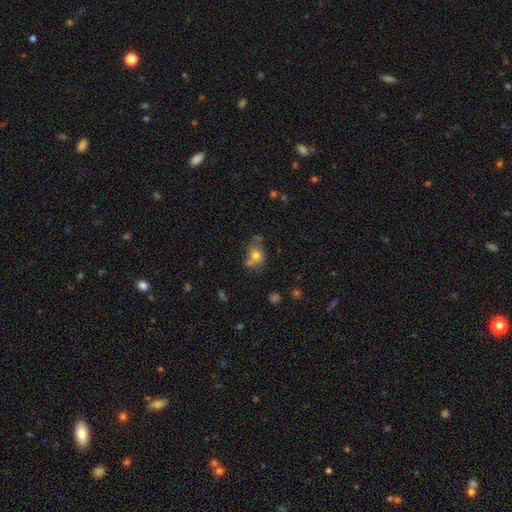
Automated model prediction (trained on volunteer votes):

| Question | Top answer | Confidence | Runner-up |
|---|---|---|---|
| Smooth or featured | smooth | 71% | featured or disk (17%) |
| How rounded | in between | 51% | round (48%) |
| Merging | none | 46% | merger (25%) |